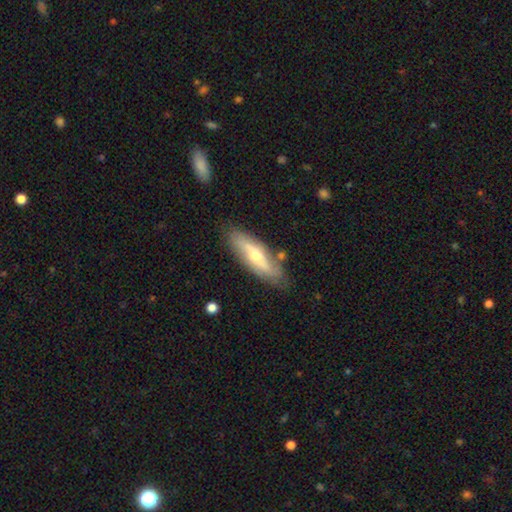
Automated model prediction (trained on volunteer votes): featured or disk 61%, smooth 33%, star or artifact 6%. Down the decision tree: edge-on disk — no (55%); merging — none (79%).